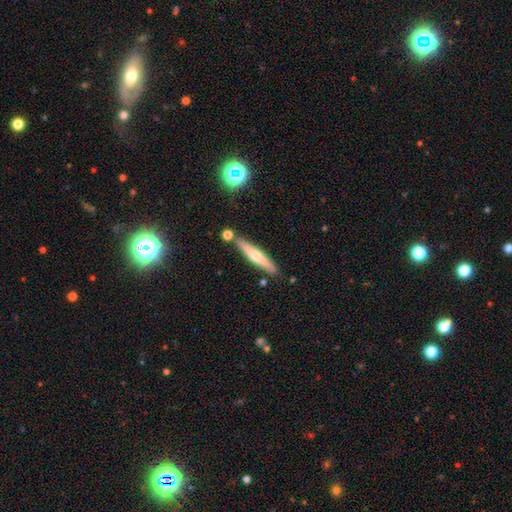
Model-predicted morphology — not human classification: A featured or disk galaxy (48%). Merging: none (79%).